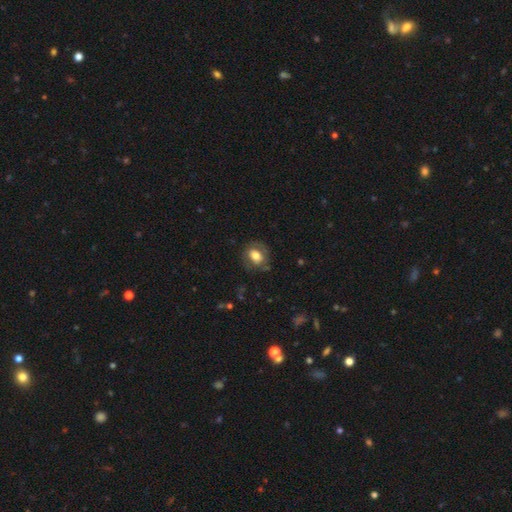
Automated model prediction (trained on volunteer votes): This appears to be a smooth galaxy with no disk features (63%) that is in between round and cigar-shaped (52%). Merging: none (71%).